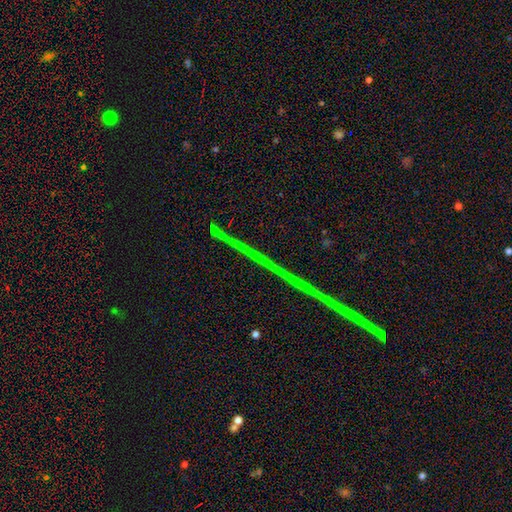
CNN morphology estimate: Smooth or featured? star or artifact (85%)